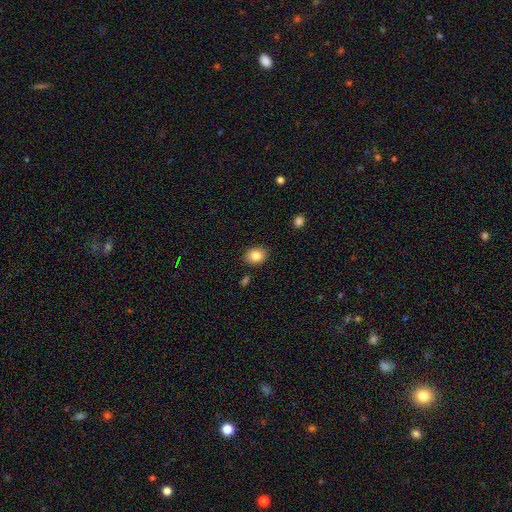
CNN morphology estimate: This is clearly a smooth galaxy (83%). How rounded: possibly in between (53%). Merging: clearly none (87%).